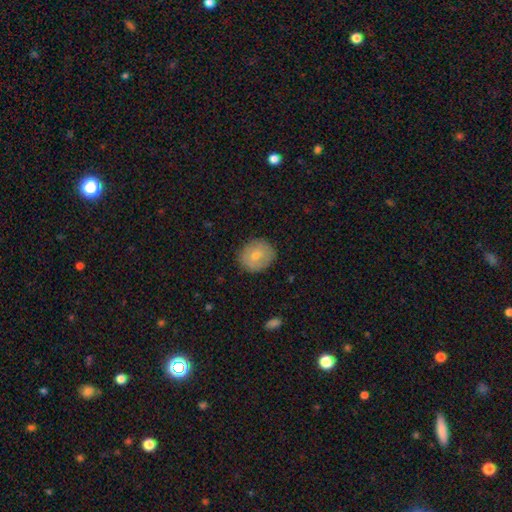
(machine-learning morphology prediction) Smooth or featured?
  - smooth: 73% *
  - featured or disk: 20%
  - star or artifact: 8%
How rounded?
  - round: 78% *
  - in between: 21%
  - cigar-shaped: 1%
Merging?
  - none: 84% *
  - minor disturbance: 12%
  - major disturbance: 3%
  - merger: 1%